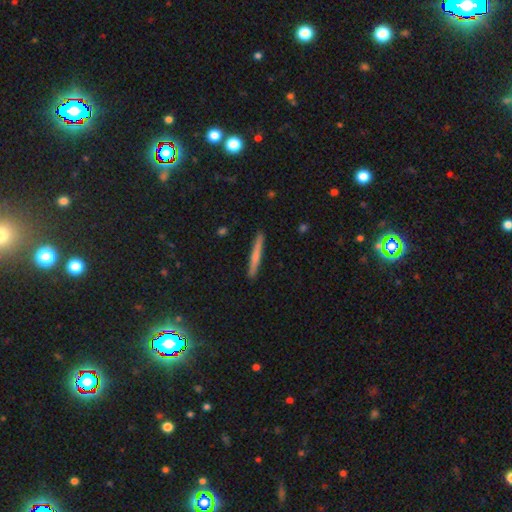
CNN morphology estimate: A smooth galaxy with no disk features (62%) that is cigar-shaped (96%). Merging: none (92%).